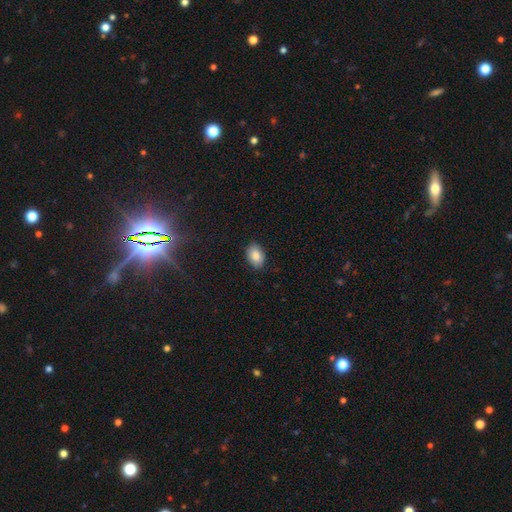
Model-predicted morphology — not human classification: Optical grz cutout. It shows a smooth galaxy with no disk features (86%) that is in between round and cigar-shaped (82%). Merging: none (87%).